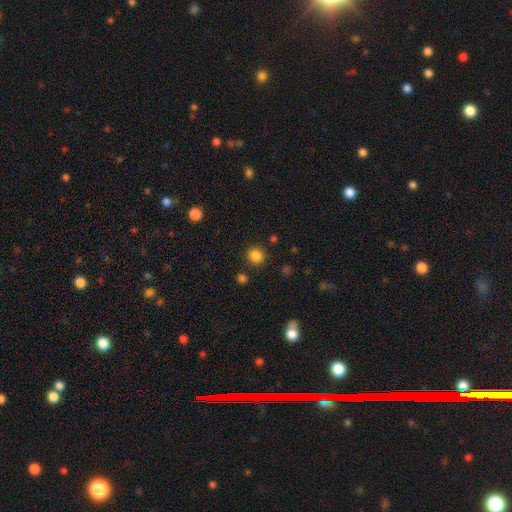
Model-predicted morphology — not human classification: smooth_or_featured: smooth (p=0.84) [alt: star or artifact p=0.12]
how_rounded: round (p=0.90) [alt: in between p=0.09]
merging: none (p=0.87) [alt: minor disturbance p=0.07]